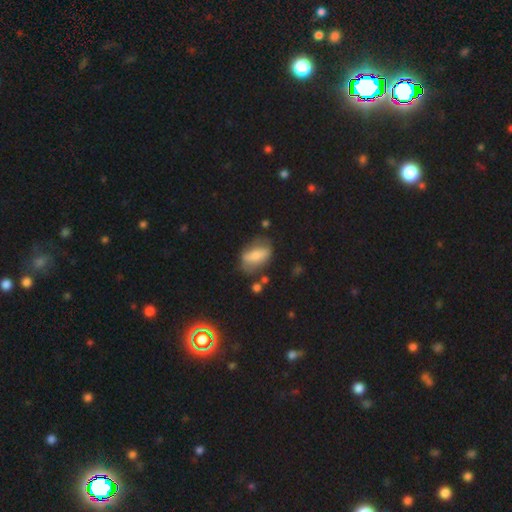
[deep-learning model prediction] Smooth or featured? Predicted: smooth (p=0.59). How rounded? Predicted: in between (p=0.82). Merging? Predicted: none (p=0.59).